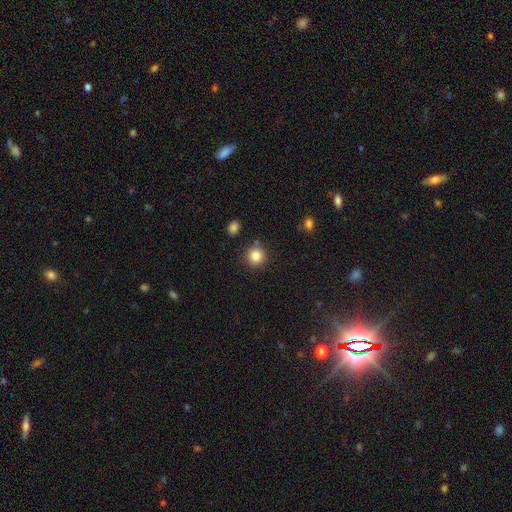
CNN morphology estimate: Smooth or featured? Predicted: smooth (p=0.85). How rounded? Predicted: round (p=0.93). Merging? Predicted: none (p=0.84).